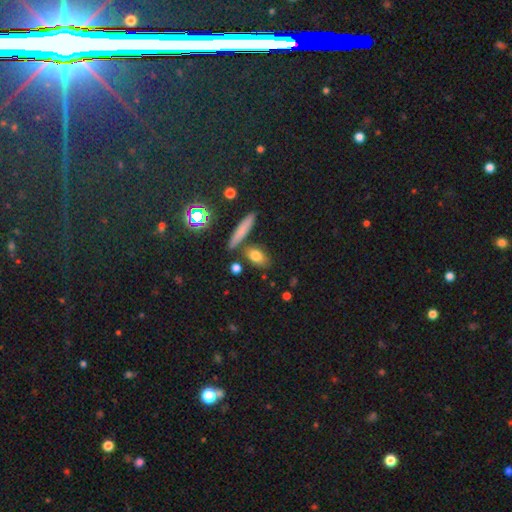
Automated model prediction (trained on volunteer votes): A smooth galaxy with no disk features (77%) that is in between round and cigar-shaped (68%).

Vote fractions:
- Smooth or featured? smooth: 77% / featured or disk: 12% / star or artifact: 11%
- How rounded? in between: 68% / round: 17% / cigar-shaped: 16%
- Merging? none: 75% / minor disturbance: 11% / merger: 10% / major disturbance: 4%